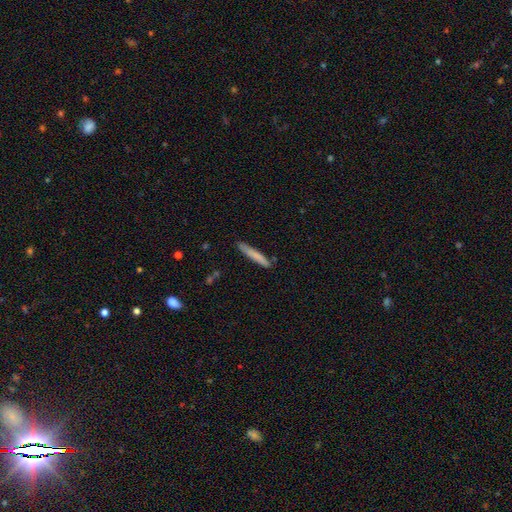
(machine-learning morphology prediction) This is likely a smooth galaxy (76%). How rounded: clearly cigar-shaped (95%). Merging: clearly none (84%).